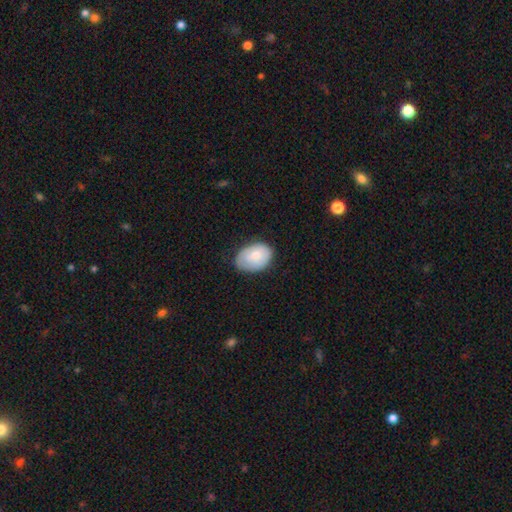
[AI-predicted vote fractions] Smooth or featured?
  - smooth: 72% *
  - featured or disk: 22%
  - star or artifact: 6%
How rounded?
  - in between: 80% *
  - round: 19%
  - cigar-shaped: 1%
Merging?
  - none: 66% *
  - minor disturbance: 28%
  - major disturbance: 5%
  - merger: 1%